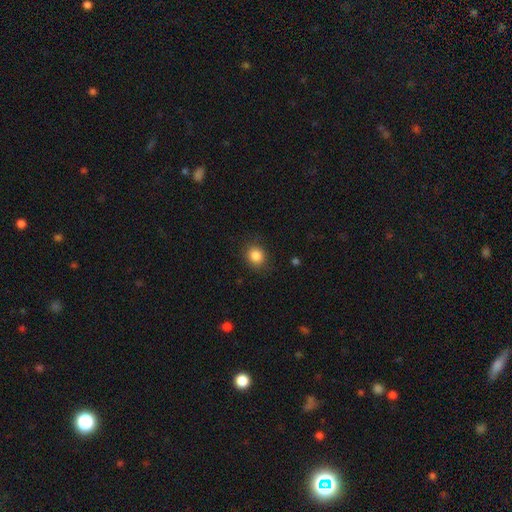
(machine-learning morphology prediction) The model was most divided on "how rounded": round: 74%, in between: 25%, cigar-shaped: 1%. More confident: smooth or featured — smooth (86%); merging — none (85%).